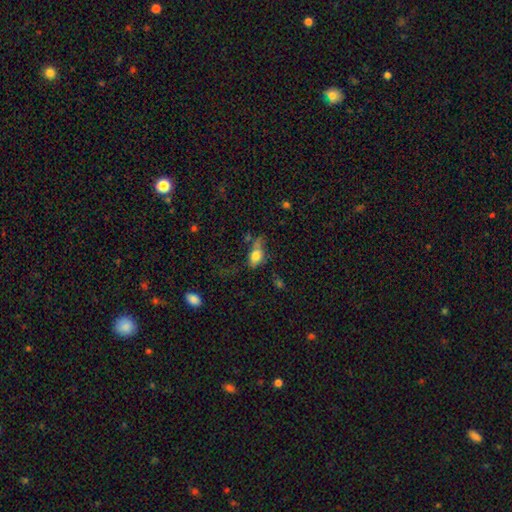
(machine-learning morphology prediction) Smooth or featured? smooth (73%)
How rounded? in between (80%)
Merging? none (39%)